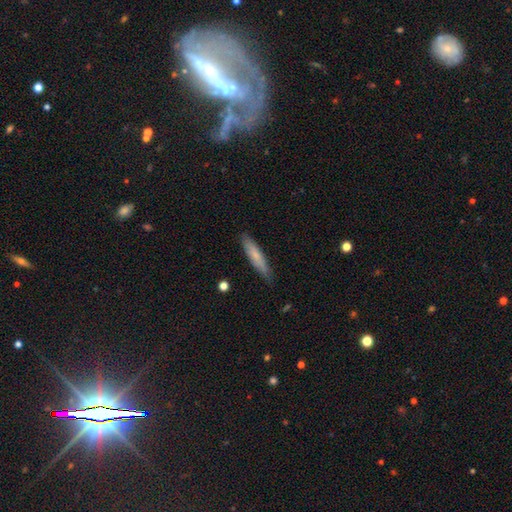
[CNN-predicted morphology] A smooth galaxy with no disk features (70%) that is cigar-shaped (87%). Merging: none (84%).